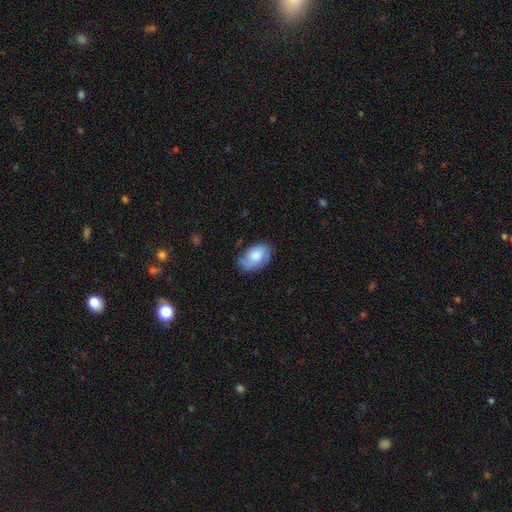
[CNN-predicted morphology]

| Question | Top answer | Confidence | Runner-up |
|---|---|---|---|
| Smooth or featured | smooth | 58% | featured or disk (35%) |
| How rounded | in between | 89% | round (9%) |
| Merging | none | 66% | minor disturbance (24%) |